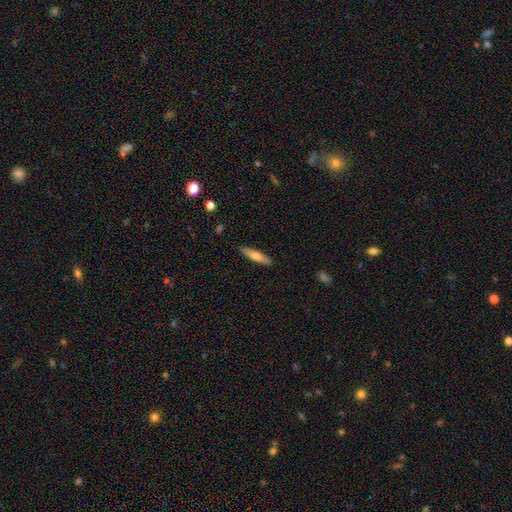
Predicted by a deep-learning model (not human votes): Smooth or featured?
  - smooth: 59% *
  - featured or disk: 35%
  - star or artifact: 6%
How rounded?
  - cigar-shaped: 80% *
  - in between: 19%
  - round: 2%
Merging?
  - none: 89% *
  - minor disturbance: 8%
  - major disturbance: 2%
  - merger: 1%